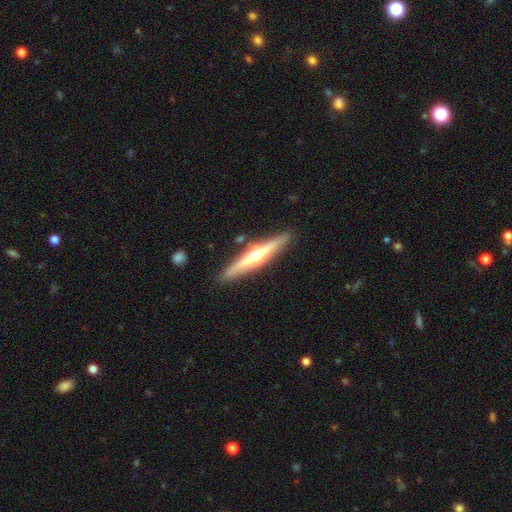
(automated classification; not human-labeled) The model was most divided on "smooth or featured": featured or disk: 67%, smooth: 27%, star or artifact: 6%. More confident: edge-on disk — yes (97%); merging — none (88%); edge-on bulge — rounded (87%).